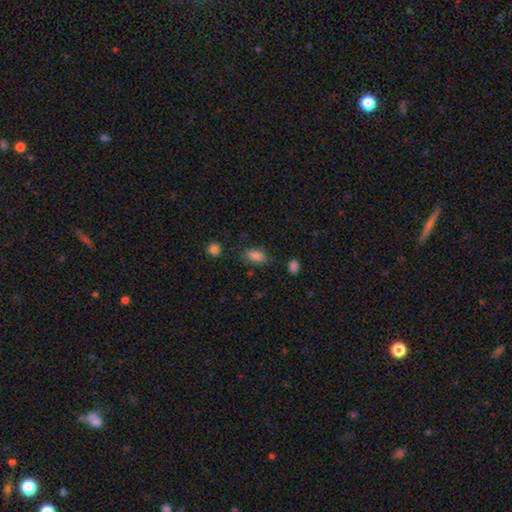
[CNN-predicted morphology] A smooth galaxy with no disk features (84%) that is in between round and cigar-shaped (88%).

Vote fractions:
- Smooth or featured? smooth: 84% / star or artifact: 9% / featured or disk: 7%
- How rounded? in between: 88% / round: 8% / cigar-shaped: 3%
- Merging? none: 75% / minor disturbance: 18% / major disturbance: 5% / merger: 3%